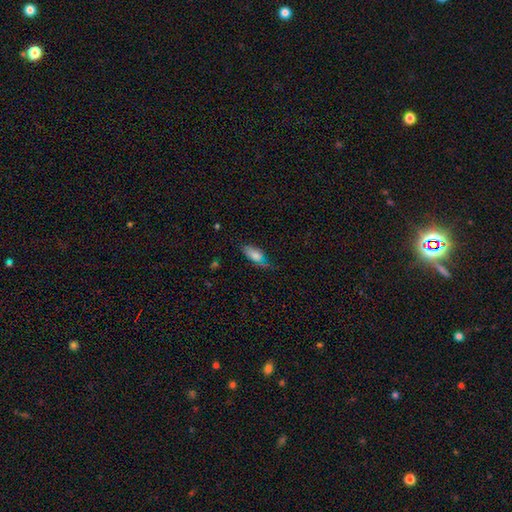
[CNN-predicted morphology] The model was most divided on "merging": none: 51%, minor disturbance: 34%, major disturbance: 12%, merger: 3%. More confident: how rounded — in between (81%); smooth or featured — smooth (75%).